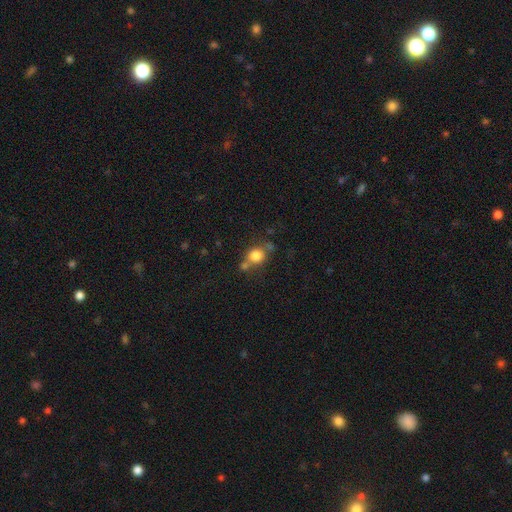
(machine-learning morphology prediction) Overall: smooth (79%). How rounded: round (76%). Merging: none (54%; merger 25%).